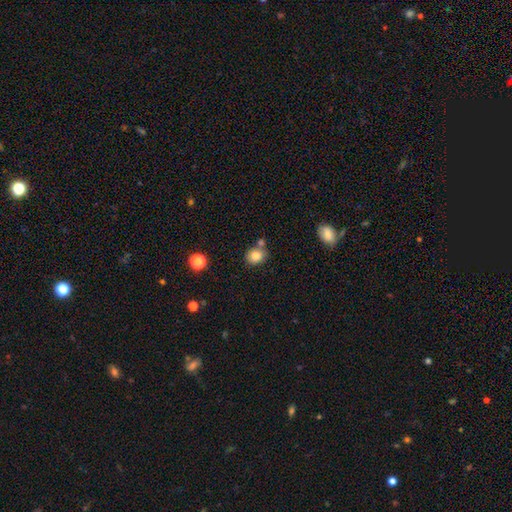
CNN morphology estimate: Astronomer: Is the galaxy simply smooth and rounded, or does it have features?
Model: smooth — 80%.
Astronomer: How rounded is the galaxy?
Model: round — 68%.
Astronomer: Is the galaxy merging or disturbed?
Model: none — 69%.